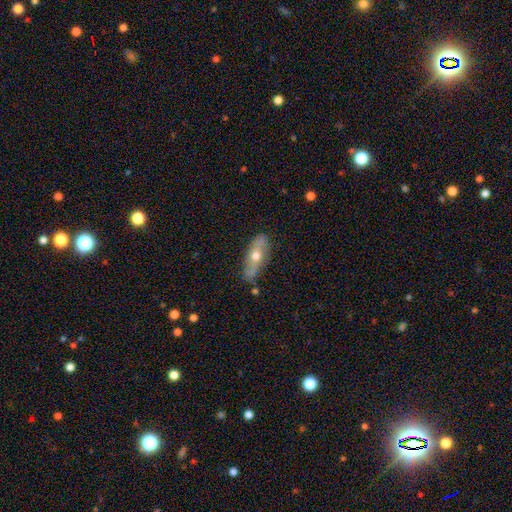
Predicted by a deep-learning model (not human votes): A featured or disk galaxy (56%). Merging: none (78%).